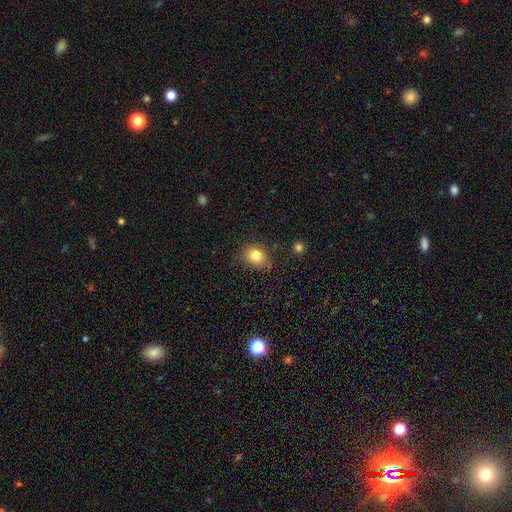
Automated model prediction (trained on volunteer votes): Overall: smooth (82%). How rounded: round (59%; in between 40%). Merging: none (78%).